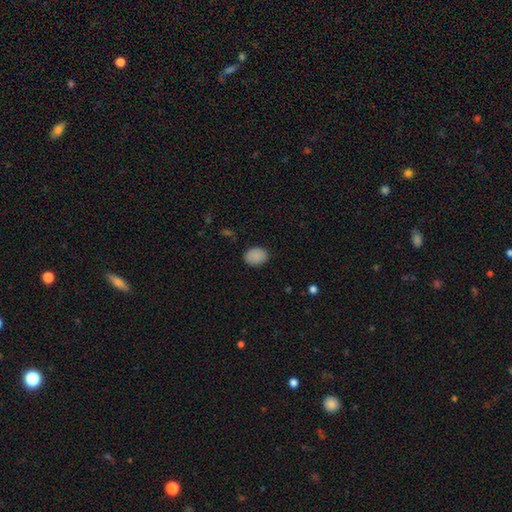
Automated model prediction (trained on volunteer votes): Overall: smooth (88%). How rounded: in between (62%; round 37%). Merging: none (87%).